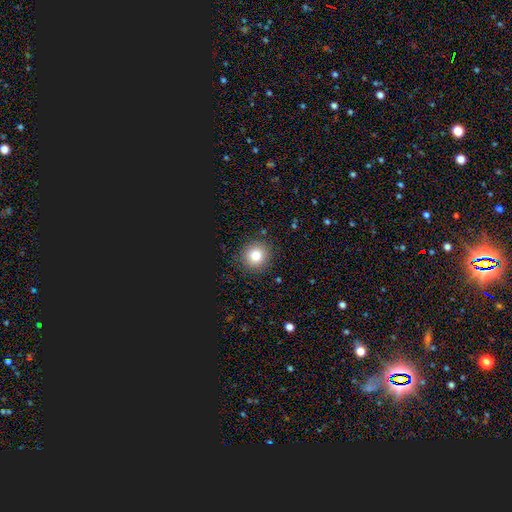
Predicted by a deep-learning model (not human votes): smooth-or-featured: smooth: 81% | star or artifact: 12% | featured or disk: 7%
  how-rounded: round: 91% | in between: 8% | cigar-shaped: 1%
  merging: none: 89% | minor disturbance: 7% | major disturbance: 3% | merger: 1%